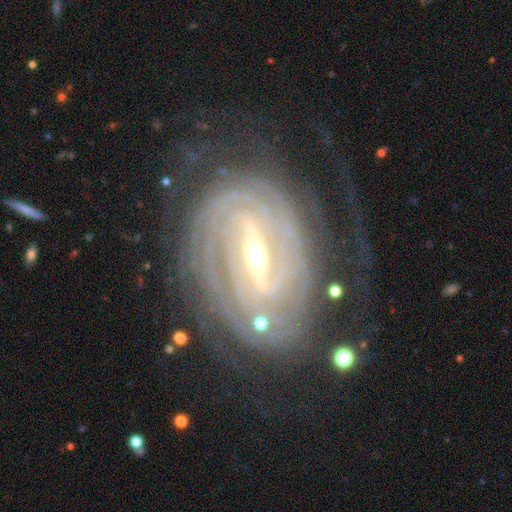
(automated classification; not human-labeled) smooth-or-featured: featured or disk: 91% | star or artifact: 5% | smooth: 4%
  disk-edge-on: no: 95% | yes: 5%
    bar: strong: 67% | weak: 27% | no: 6%
    has-spiral-arms: yes: 96% | no: 4%
      spiral-winding: tight: 79% | medium: 17% | loose: 4%
      spiral-arm-count: can't tell: 28% | 2: 24% | 4: 17% | 3: 16% | more than 4: 9% | 1: 6%
    bulge-size: small: 49% | moderate: 46% | large: 3% | none: 1% | dominant: 1%
  merging: none: 68% | minor disturbance: 18% | major disturbance: 12% | merger: 2%